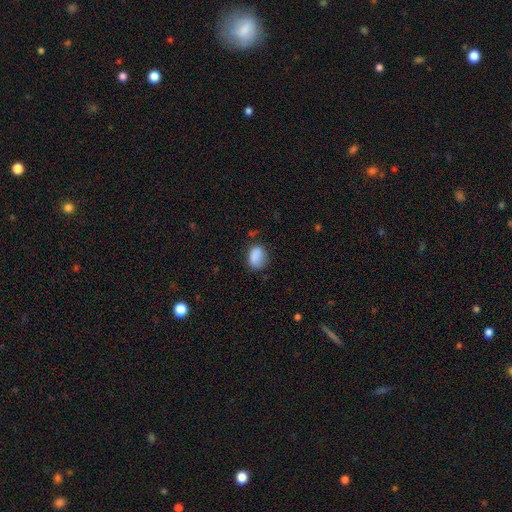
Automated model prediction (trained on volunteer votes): Morphology: type=smooth (86%); roundness=in between (73%); merging=none (65%).